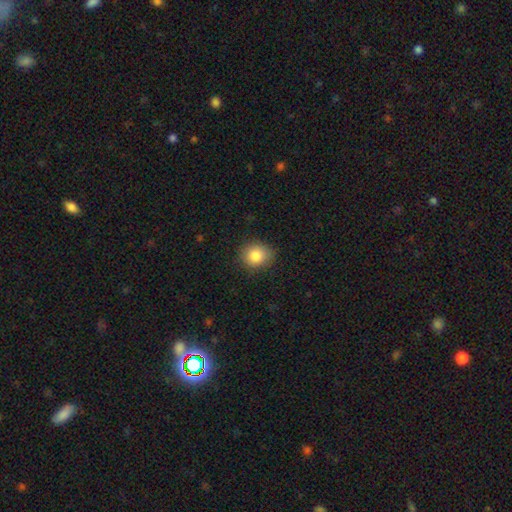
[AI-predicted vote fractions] A smooth galaxy with no disk features (84%) that is round (78%). Merging: none (85%).